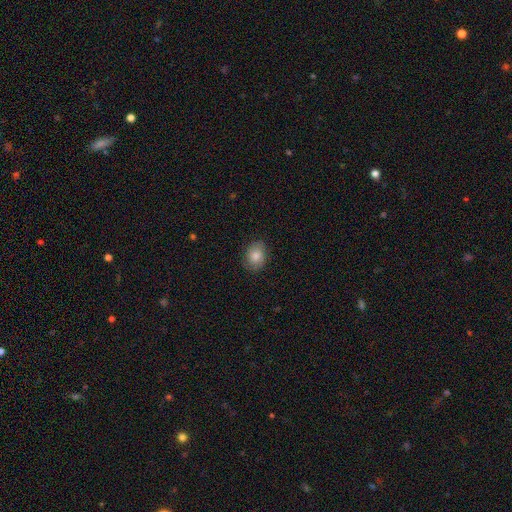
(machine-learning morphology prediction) Overall: smooth (79%). How rounded: in between (56%; round 43%). Merging: none (81%).